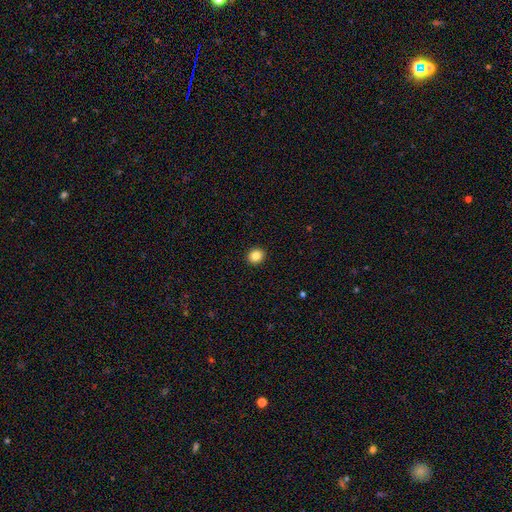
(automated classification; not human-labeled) smooth-or-featured: smooth: 85% | star or artifact: 10% | featured or disk: 5%
  how-rounded: round: 76% | in between: 23% | cigar-shaped: 1%
  merging: none: 93% | minor disturbance: 5% | major disturbance: 1% | merger: 1%